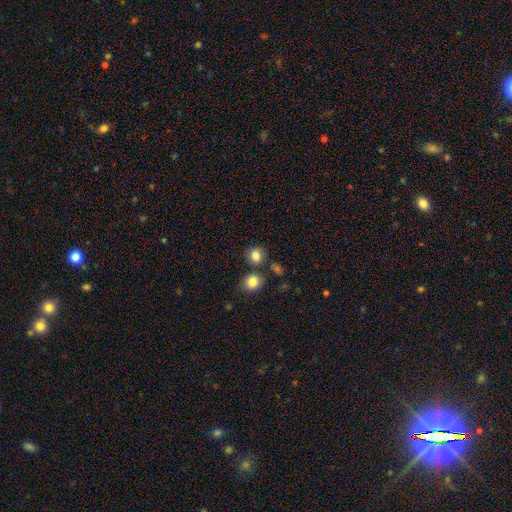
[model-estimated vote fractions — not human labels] smooth 83%, star or artifact 11%, featured or disk 6%. Down the decision tree: how rounded — round (78%); merging — none (72%).